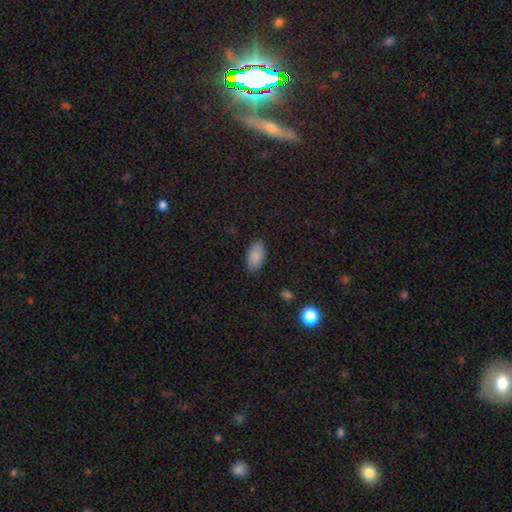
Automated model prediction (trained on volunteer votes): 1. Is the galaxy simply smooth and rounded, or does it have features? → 88% smooth, 7% star or artifact, 5% featured or disk.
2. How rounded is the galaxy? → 94% in between, 3% round, 3% cigar-shaped.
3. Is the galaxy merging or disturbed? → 86% none, 11% minor disturbance, 2% major disturbance, 1% merger.